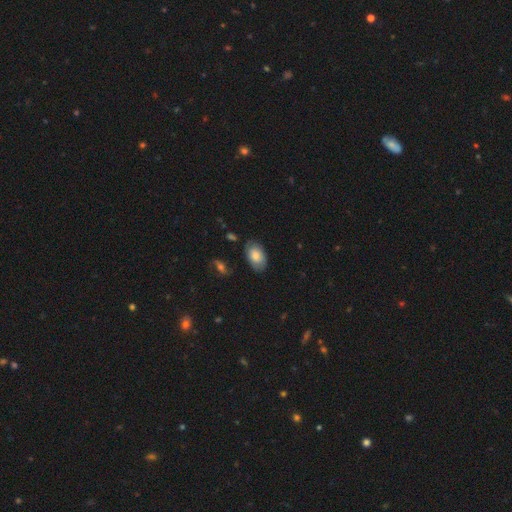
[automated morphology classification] smooth-or-featured: smooth: 75% | featured or disk: 18% | star or artifact: 7%
  how-rounded: in between: 92% | round: 6% | cigar-shaped: 1%
  merging: none: 78% | minor disturbance: 17% | major disturbance: 4% | merger: 2%